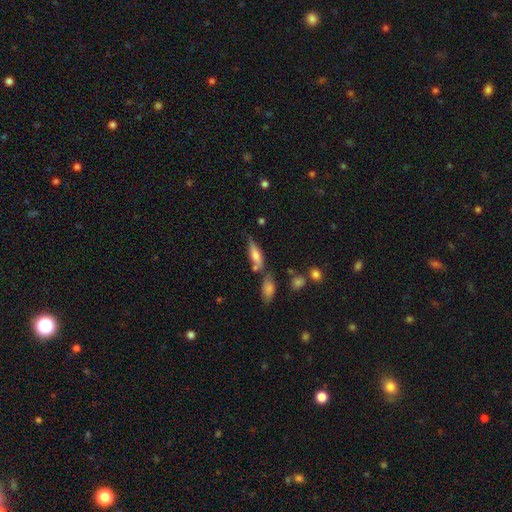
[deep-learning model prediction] Q: Smooth or featured?
A: smooth (61%); runner-up: featured or disk (30%)
Q: How rounded?
A: in between (52%); runner-up: cigar-shaped (45%)
Q: Merging?
A: none (56%); runner-up: merger (19%)